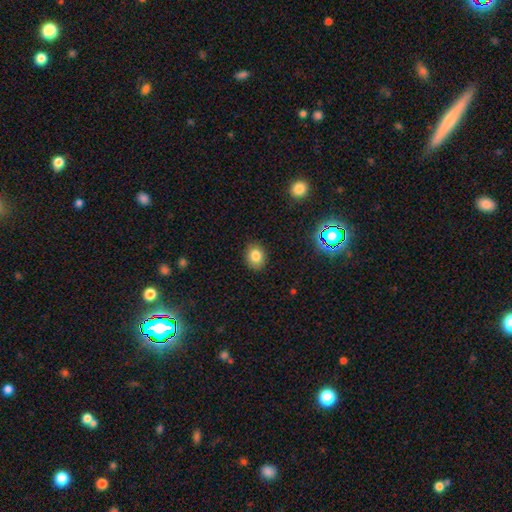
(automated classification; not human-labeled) smooth 81%, star or artifact 12%, featured or disk 7%. Down the decision tree: how rounded — round (54%); merging — none (87%).